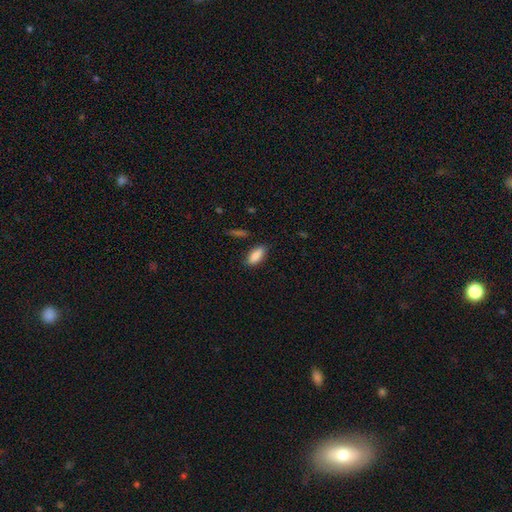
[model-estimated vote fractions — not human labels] smooth_or_featured: smooth (p=0.87) [alt: star or artifact p=0.07]
how_rounded: in between (p=0.81) [alt: cigar-shaped p=0.16]
merging: none (p=0.82) [alt: minor disturbance p=0.13]